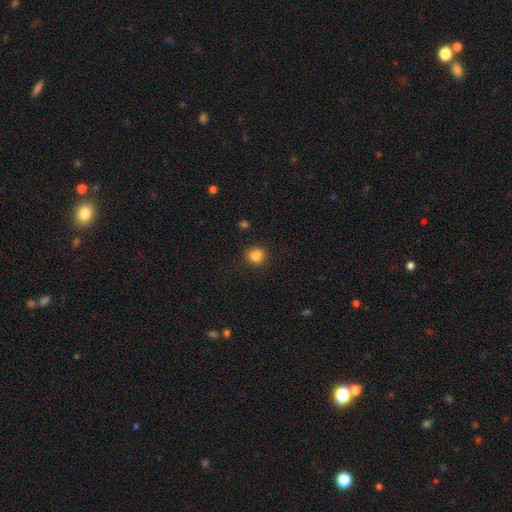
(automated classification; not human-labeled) smooth 86%, star or artifact 11%, featured or disk 3%. Down the decision tree: how rounded — round (84%); merging — none (86%).